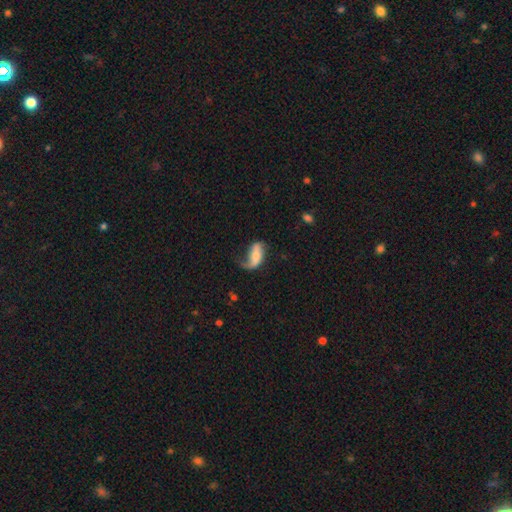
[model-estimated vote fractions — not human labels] smooth-or-featured: featured or disk: 48% | smooth: 45% | star or artifact: 7%
  merging: major disturbance: 37% | none: 32% | minor disturbance: 28% | merger: 4%